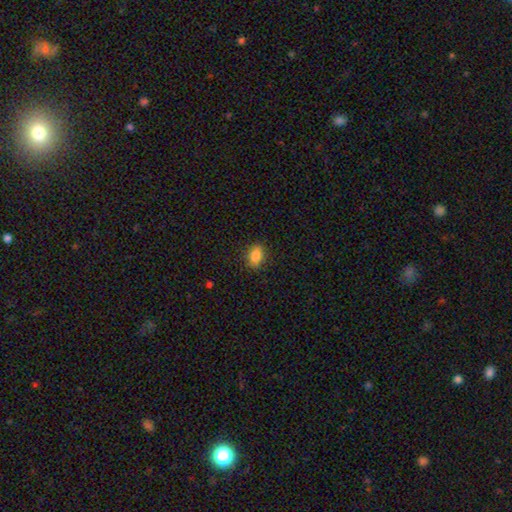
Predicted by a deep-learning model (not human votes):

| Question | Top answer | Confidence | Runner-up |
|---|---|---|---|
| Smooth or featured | smooth | 86% | star or artifact (9%) |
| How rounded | in between | 83% | round (13%) |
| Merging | none | 86% | minor disturbance (11%) |